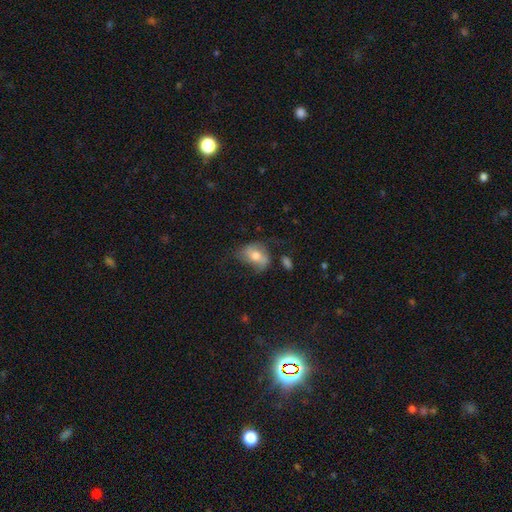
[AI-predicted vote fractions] smooth 59%, featured or disk 33%, star or artifact 8%. Down the decision tree: how rounded — in between (75%); merging — none (41%).